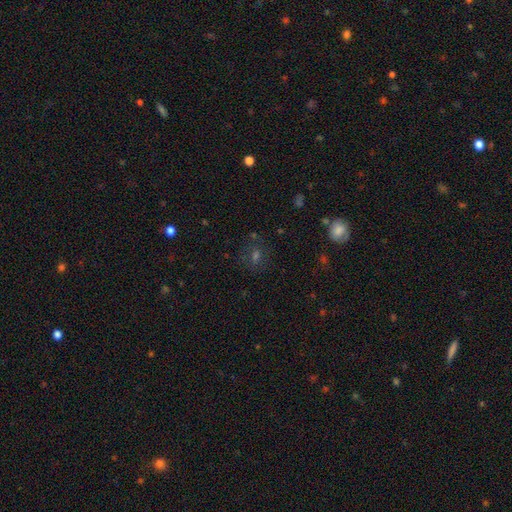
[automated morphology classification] smooth-or-featured: smooth: 43% | star or artifact: 38% | featured or disk: 19%
  merging: none: 78% | minor disturbance: 12% | major disturbance: 7% | merger: 3%